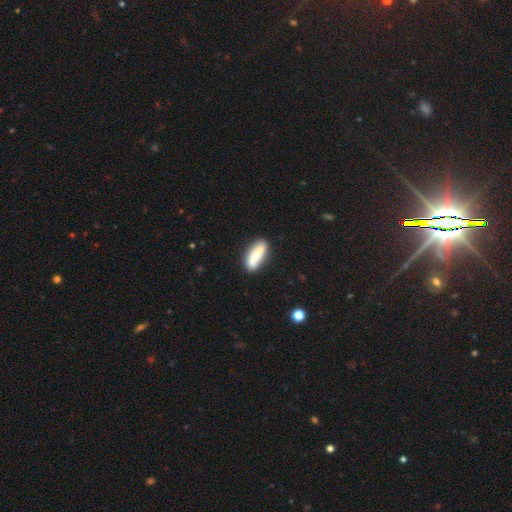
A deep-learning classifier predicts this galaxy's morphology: smooth_or_featured: smooth (p=0.66) [alt: featured or disk p=0.28]
how_rounded: cigar-shaped (p=0.49) [alt: in between p=0.48]
merging: none (p=0.82) [alt: minor disturbance p=0.13]